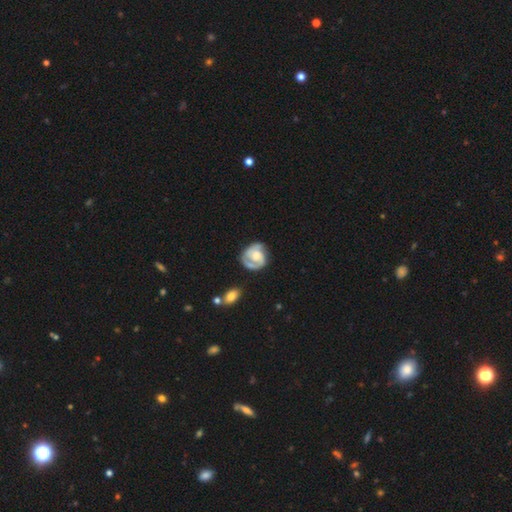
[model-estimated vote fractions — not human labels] featured or disk 70%, smooth 25%, star or artifact 6%. Down the decision tree: edge-on disk — no (98%); bar — no (68%); spiral arms — yes (87%); spiral arm count — 2 (59%); spiral winding — tight (49%); bulge size — moderate (50%); merging — none (60%).